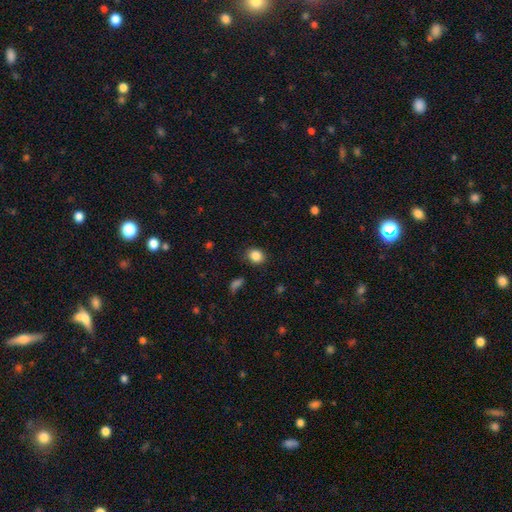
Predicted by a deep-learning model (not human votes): This is clearly a smooth galaxy (86%). How rounded: likely round (62%). Merging: clearly none (85%).